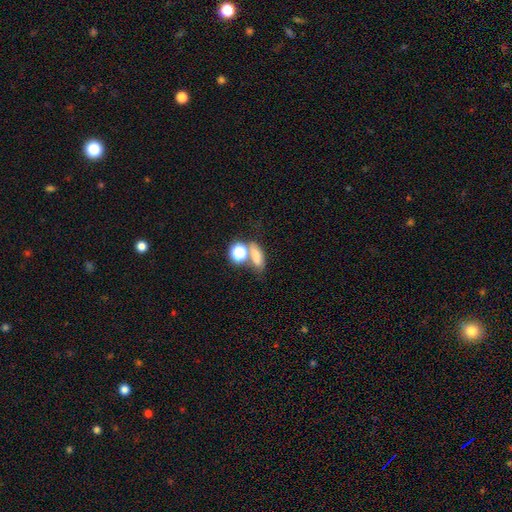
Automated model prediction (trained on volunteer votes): smooth_or_featured: smooth (p=0.71) [alt: star or artifact p=0.17]
how_rounded: in between (p=0.60) [alt: round p=0.26]
merging: none (p=0.48) [alt: merger p=0.31]